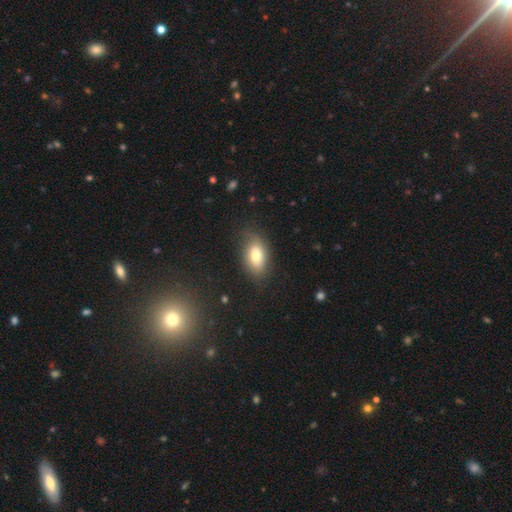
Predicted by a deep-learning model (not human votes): smooth_or_featured: smooth (p=0.74) [alt: featured or disk p=0.17]
how_rounded: in between (p=0.89) [alt: round p=0.08]
merging: none (p=0.75) [alt: minor disturbance p=0.18]